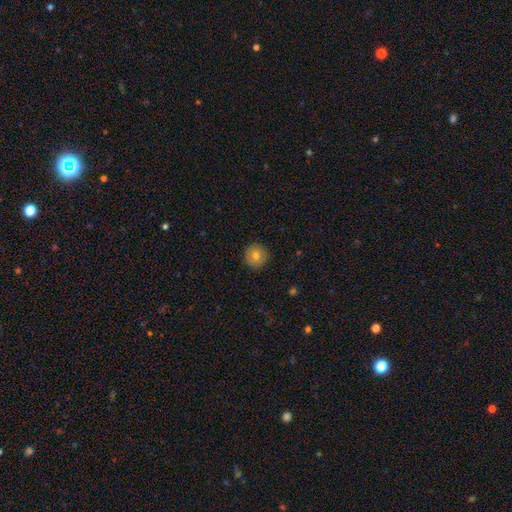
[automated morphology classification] The model was most divided on "smooth or featured": smooth: 76%, featured or disk: 14%, star or artifact: 10%. More confident: how rounded — round (95%); merging — none (91%).